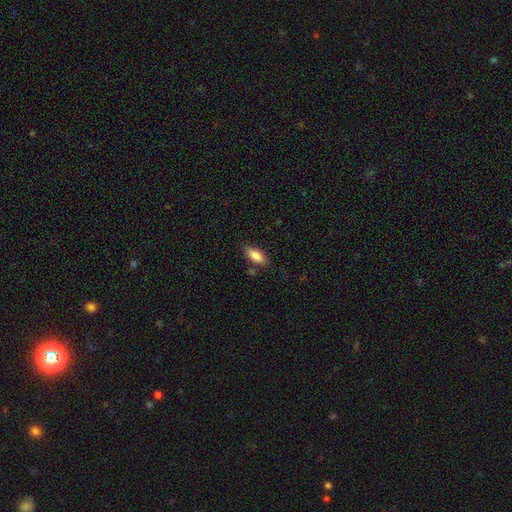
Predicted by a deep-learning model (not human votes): Morphology: type=smooth (85%); roundness=in between (84%); merging=none (78%).